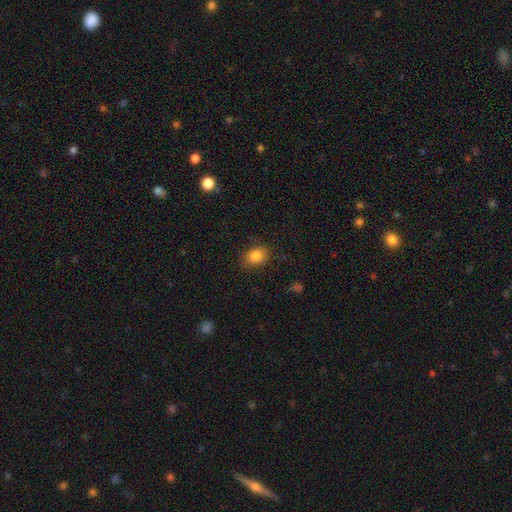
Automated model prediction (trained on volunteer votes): smooth-or-featured: smooth: 84% | star or artifact: 10% | featured or disk: 6%
  how-rounded: in between: 61% | round: 38% | cigar-shaped: 1%
  merging: none: 84% | minor disturbance: 12% | major disturbance: 3% | merger: 1%